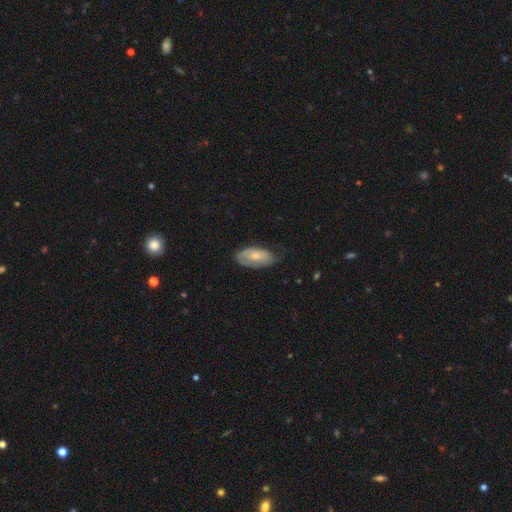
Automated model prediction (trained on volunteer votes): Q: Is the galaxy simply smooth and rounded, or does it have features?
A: smooth — 58%.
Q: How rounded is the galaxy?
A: in between — 92%.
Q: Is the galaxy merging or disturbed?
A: none — 55%.